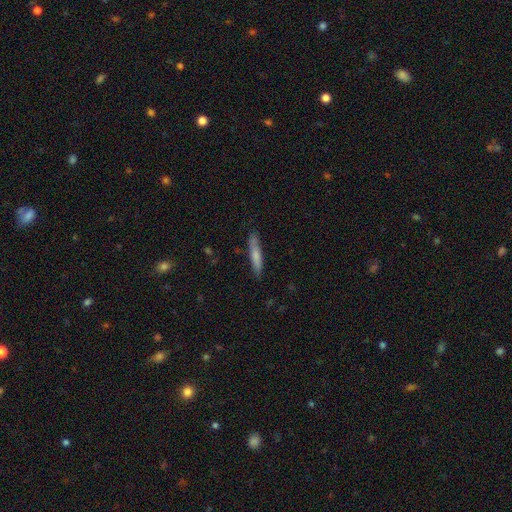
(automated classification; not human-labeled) Morphology: type=smooth (71%); roundness=cigar-shaped (91%); merging=none (82%).